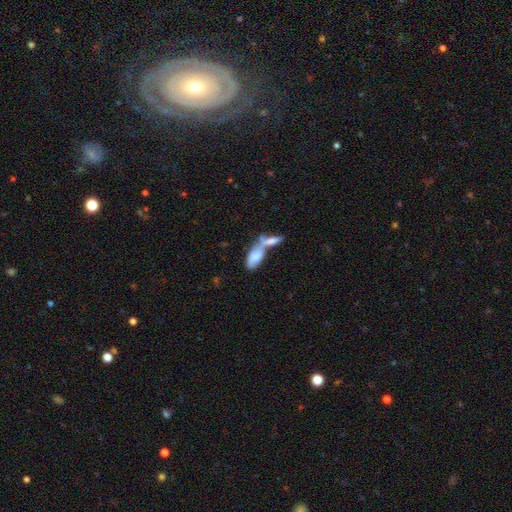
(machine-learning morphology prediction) Smooth or featured?
  - smooth: 69% *
  - featured or disk: 24%
  - star or artifact: 7%
How rounded?
  - in between: 80% *
  - cigar-shaped: 17%
  - round: 3%
Merging?
  - merger: 66% *
  - none: 19%
  - minor disturbance: 9%
  - major disturbance: 6%